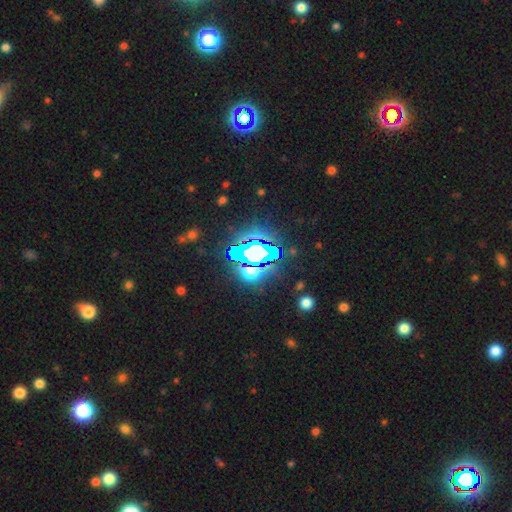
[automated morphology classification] star or artifact 81%, smooth 10%, featured or disk 9%.